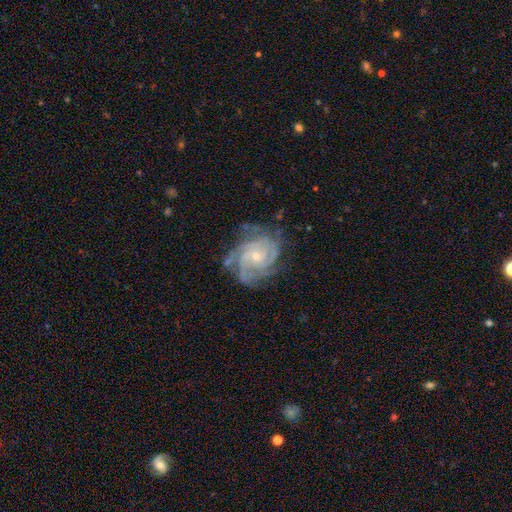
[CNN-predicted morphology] Smooth or featured: featured or disk — 88% (star or artifact — 6%)
Edge-on disk: no — 98% (yes — 2%)
Bar: no — 72% (weak — 23%)
Spiral arms: yes — 98% (no — 2%)
Spiral winding: tight — 67% (medium — 28%)
Spiral arm count: 3 — 29% (4 — 27%)
Bulge size: small — 69% (moderate — 28%)
Merging: none — 69% (minor disturbance — 20%)